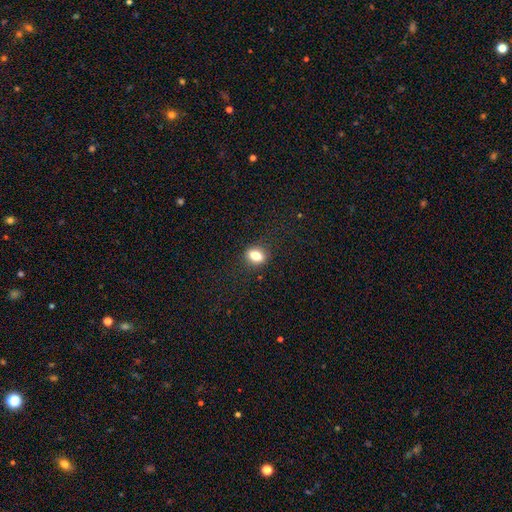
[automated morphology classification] A smooth galaxy with no disk features (78%) that is in between round and cigar-shaped (69%).

Vote fractions:
- Smooth or featured? smooth: 78% / star or artifact: 11% / featured or disk: 11%
- How rounded? in between: 69% / round: 27% / cigar-shaped: 4%
- Merging? none: 86% / minor disturbance: 10% / major disturbance: 3% / merger: 1%